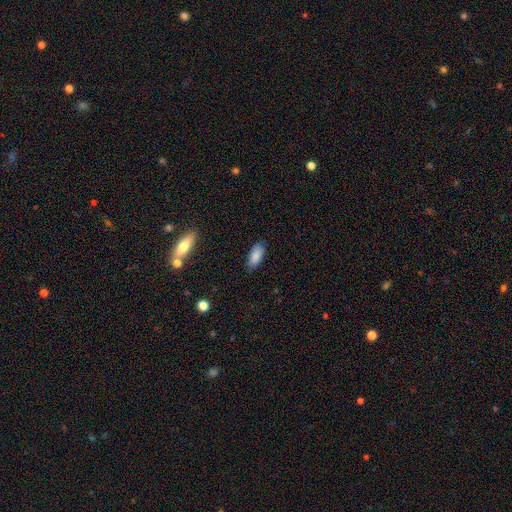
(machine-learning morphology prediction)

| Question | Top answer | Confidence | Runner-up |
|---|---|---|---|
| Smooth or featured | smooth | 86% | featured or disk (7%) |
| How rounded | in between | 88% | cigar-shaped (10%) |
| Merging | none | 80% | minor disturbance (16%) |